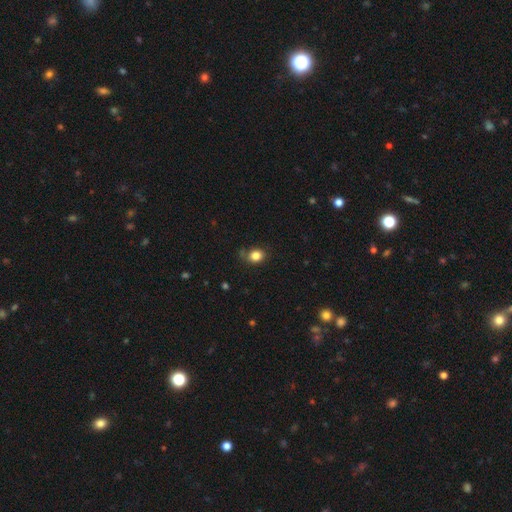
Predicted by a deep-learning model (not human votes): Overall: smooth (83%). How rounded: round (58%; in between 41%). Merging: none (73%).